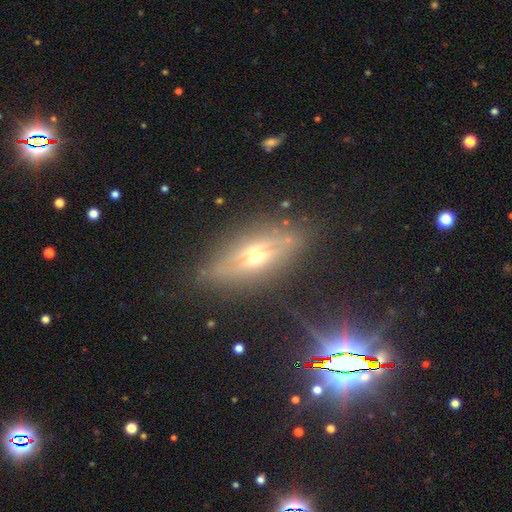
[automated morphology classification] A featured or disk galaxy (68%) viewed edge-on (84%) with a rounded central bulge (93%).

Vote fractions:
- Smooth or featured? featured or disk: 68% / smooth: 21% / star or artifact: 11%
- Edge-on disk? yes: 84% / no: 16%
- Edge-on bulge? rounded: 93% / none: 3% / boxy: 3%
- Merging? none: 80% / minor disturbance: 12% / major disturbance: 6% / merger: 2%